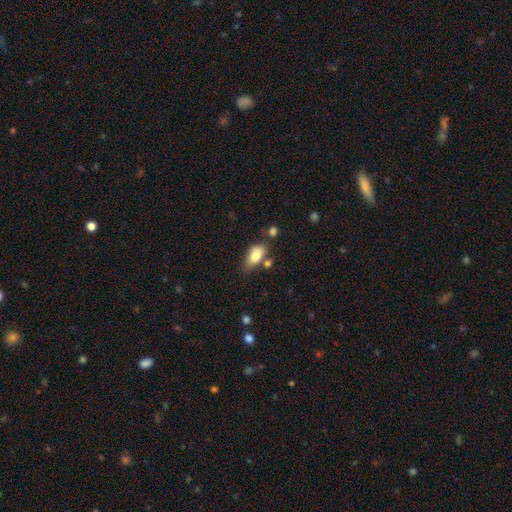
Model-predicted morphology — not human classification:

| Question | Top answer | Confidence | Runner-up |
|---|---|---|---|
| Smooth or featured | smooth | 80% | featured or disk (12%) |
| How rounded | in between | 90% | round (6%) |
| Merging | none | 55% | minor disturbance (25%) |